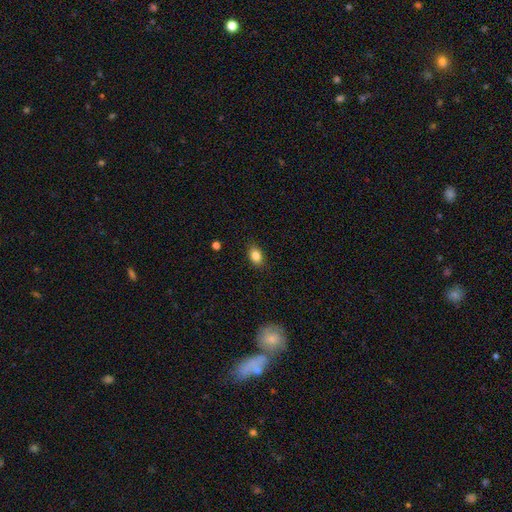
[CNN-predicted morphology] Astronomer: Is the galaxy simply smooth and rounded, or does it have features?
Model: smooth — 84%.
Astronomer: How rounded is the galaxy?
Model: in between — 73%.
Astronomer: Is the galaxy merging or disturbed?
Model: none — 86%.